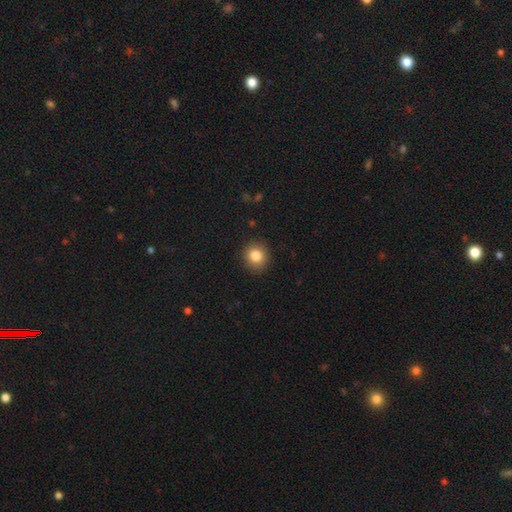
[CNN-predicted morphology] Smooth or featured: smooth — 84% (star or artifact — 10%)
How rounded: round — 86% (in between — 13%)
Merging: none — 90% (minor disturbance — 7%)